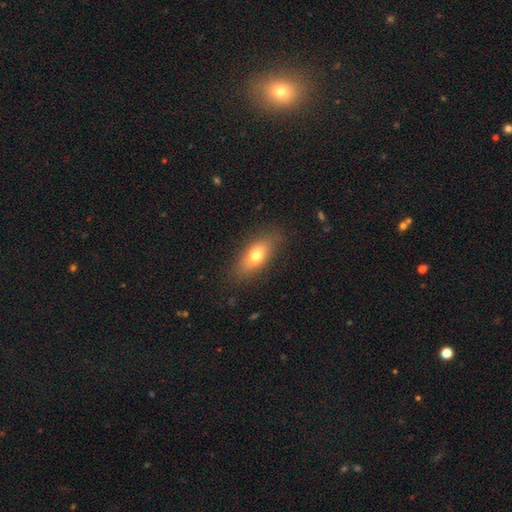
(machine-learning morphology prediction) Smooth or featured? Predicted: smooth (p=0.71). How rounded? Predicted: in between (p=0.75). Merging? Predicted: none (p=0.84).